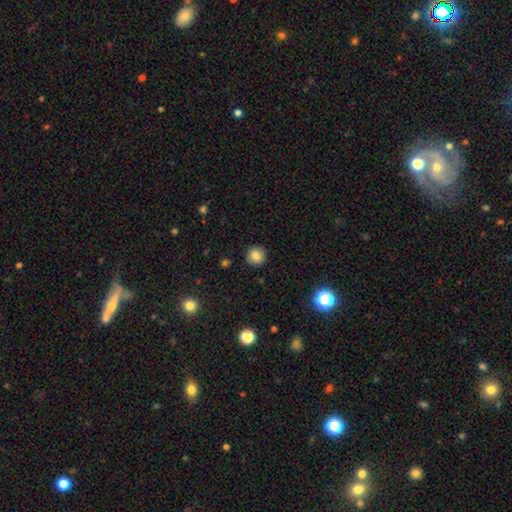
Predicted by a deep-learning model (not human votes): Smooth or featured?
  - smooth: 83% *
  - star or artifact: 11%
  - featured or disk: 6%
How rounded?
  - round: 94% *
  - in between: 5%
  - cigar-shaped: 1%
Merging?
  - none: 91% *
  - minor disturbance: 6%
  - major disturbance: 2%
  - merger: 1%